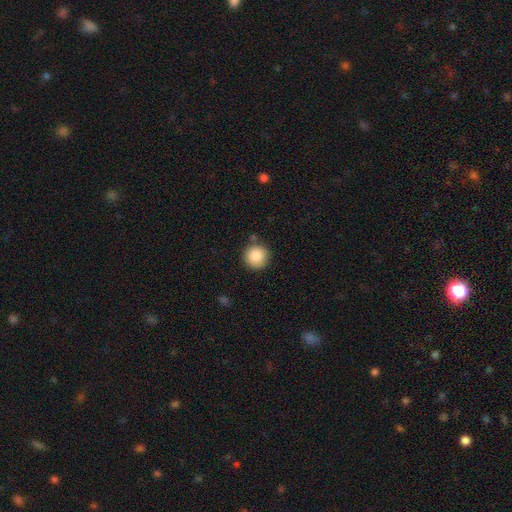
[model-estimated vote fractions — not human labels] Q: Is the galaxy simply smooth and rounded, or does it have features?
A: smooth — 86%.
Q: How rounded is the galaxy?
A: round — 95%.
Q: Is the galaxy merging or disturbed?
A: none — 86%.